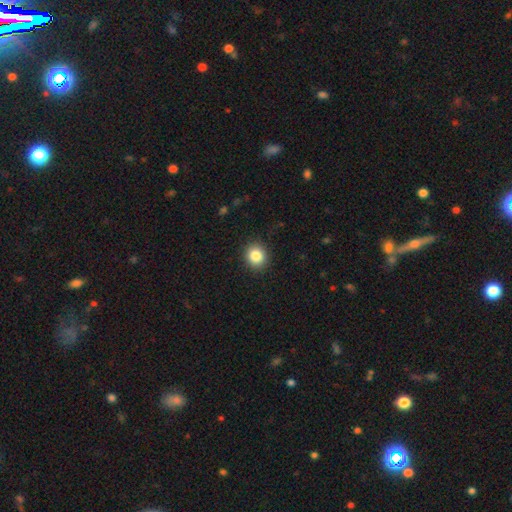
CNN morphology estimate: Overall: smooth (85%). How rounded: round (82%). Merging: none (90%).